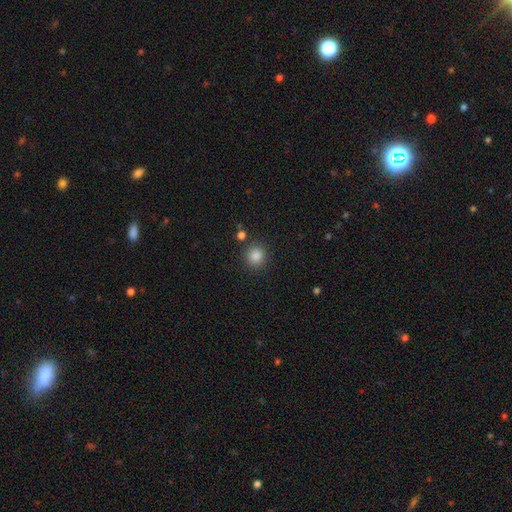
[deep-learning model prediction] Smooth or featured?
  - smooth: 85% *
  - star or artifact: 11%
  - featured or disk: 4%
How rounded?
  - round: 90% *
  - in between: 9%
  - cigar-shaped: 1%
Merging?
  - none: 86% *
  - minor disturbance: 7%
  - merger: 4%
  - major disturbance: 3%